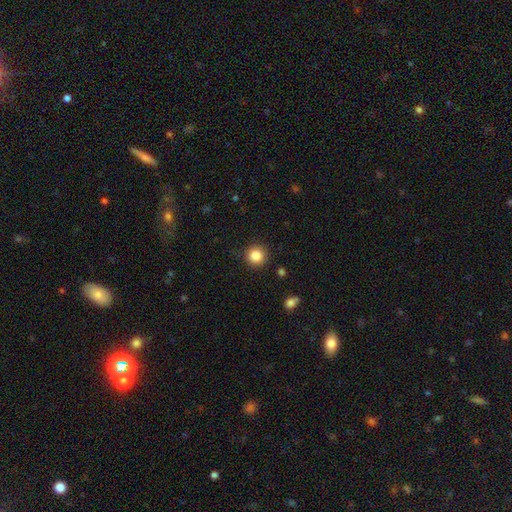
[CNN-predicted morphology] smooth 86%, star or artifact 10%, featured or disk 3%. Down the decision tree: how rounded — round (94%); merging — none (90%).